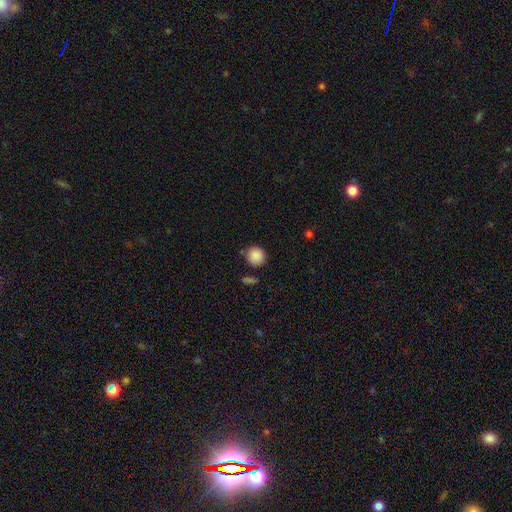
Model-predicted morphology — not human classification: Q: Smooth or featured?
A: smooth (88%); runner-up: star or artifact (9%)
Q: How rounded?
A: round (91%); runner-up: in between (8%)
Q: Merging?
A: none (82%); runner-up: minor disturbance (10%)